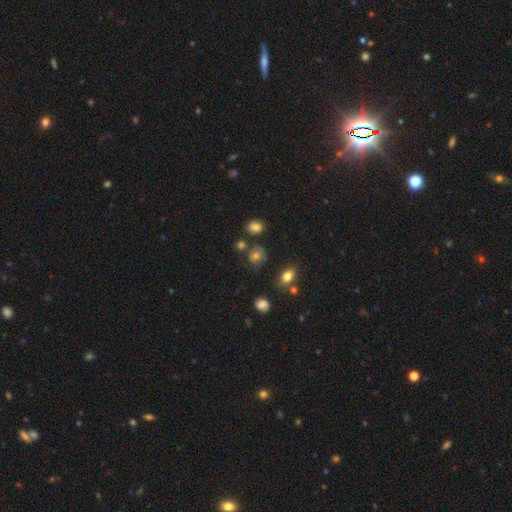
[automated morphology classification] A smooth galaxy with no disk features (73%) that is round (72%). Merging: none (70%).